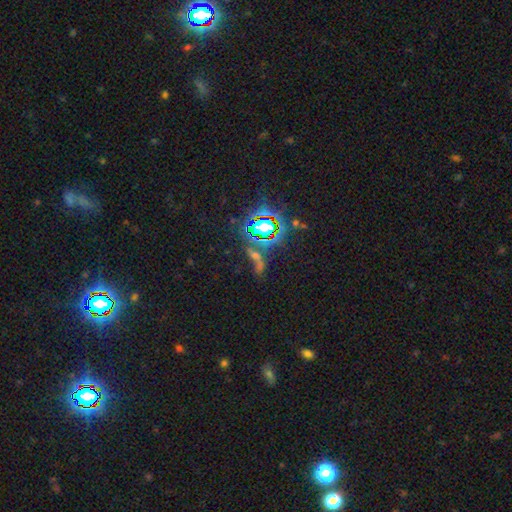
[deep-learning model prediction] Overall: star or artifact (79%).